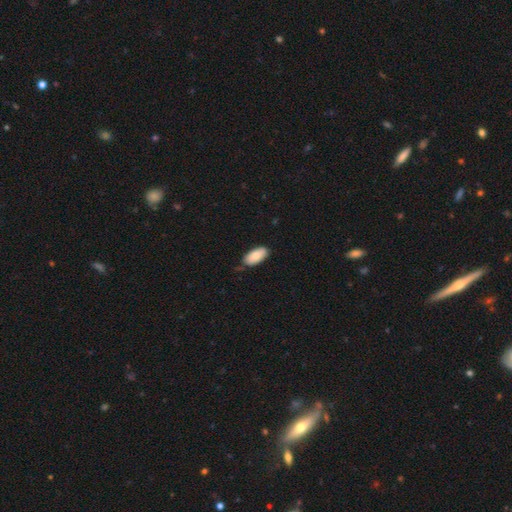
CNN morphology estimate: A smooth galaxy with no disk features (85%) that is in between round and cigar-shaped (93%). Merging: none (77%).